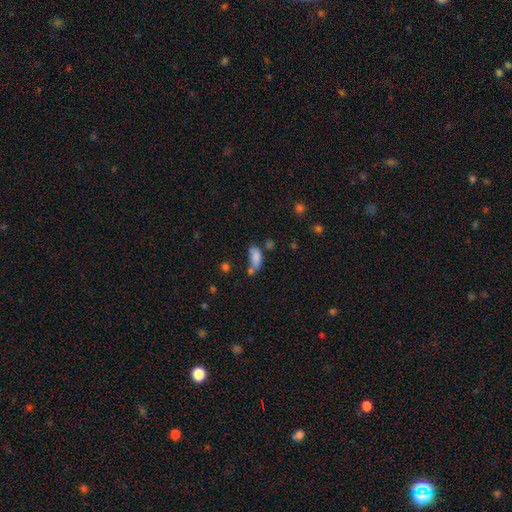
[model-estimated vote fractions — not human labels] Smooth or featured: smooth — 78% (featured or disk — 11%)
How rounded: in between — 85% (cigar-shaped — 11%)
Merging: merger — 31% (tied with none — 31%)